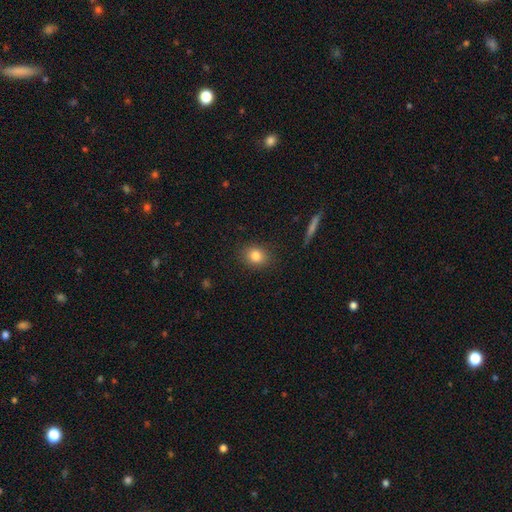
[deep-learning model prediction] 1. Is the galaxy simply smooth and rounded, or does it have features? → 82% smooth, 11% star or artifact, 8% featured or disk.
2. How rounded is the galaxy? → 58% round, 41% in between, 1% cigar-shaped.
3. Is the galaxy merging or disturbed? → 88% none, 9% minor disturbance, 3% major disturbance, 1% merger.